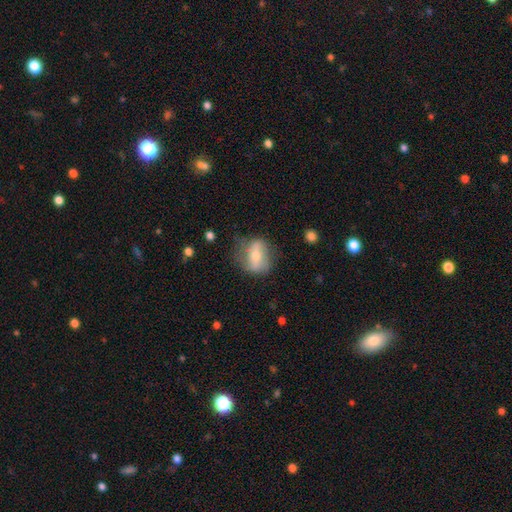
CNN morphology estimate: The model was most divided on "smooth or featured": smooth: 50%, featured or disk: 42%, star or artifact: 8%. More confident: merging — none (62%); how rounded — in between (58%).